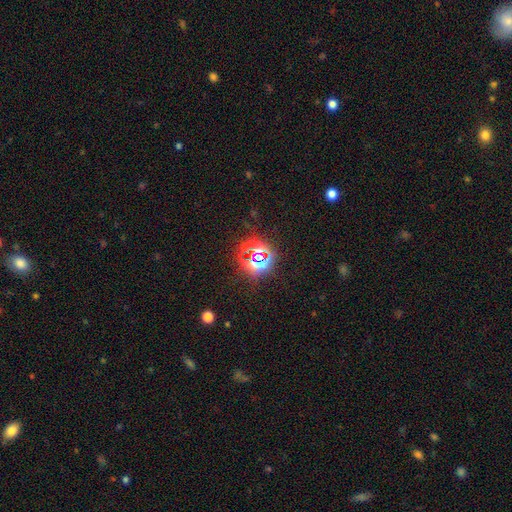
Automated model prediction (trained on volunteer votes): star or artifact 76%, smooth 15%, featured or disk 9%.